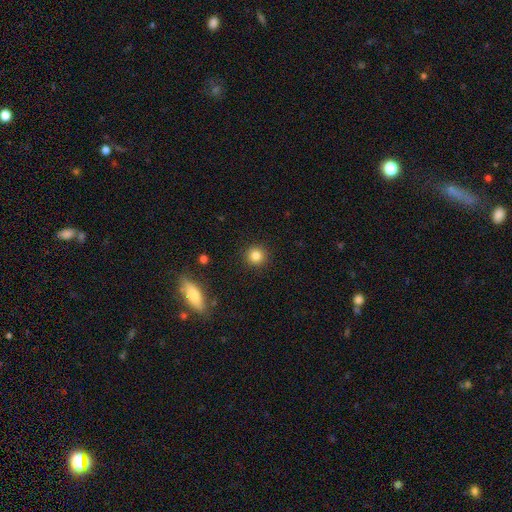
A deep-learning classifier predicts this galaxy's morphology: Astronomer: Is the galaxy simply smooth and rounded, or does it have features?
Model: smooth — 84%.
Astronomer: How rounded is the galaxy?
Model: round — 94%.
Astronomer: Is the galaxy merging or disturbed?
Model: none — 91%.